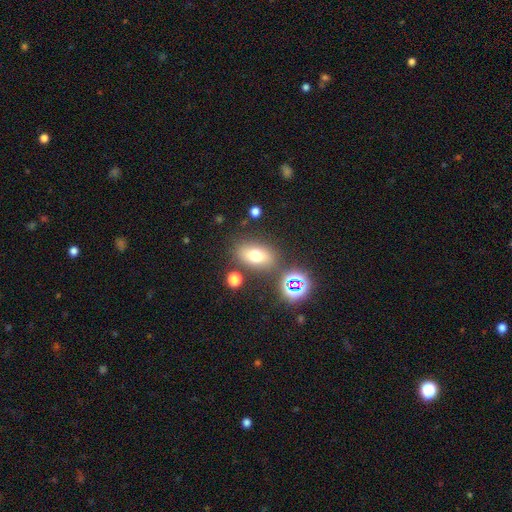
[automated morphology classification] smooth-or-featured: smooth: 66% | star or artifact: 17% | featured or disk: 16%
  how-rounded: in between: 77% | round: 19% | cigar-shaped: 4%
  merging: none: 78% | minor disturbance: 11% | merger: 6% | major disturbance: 4%